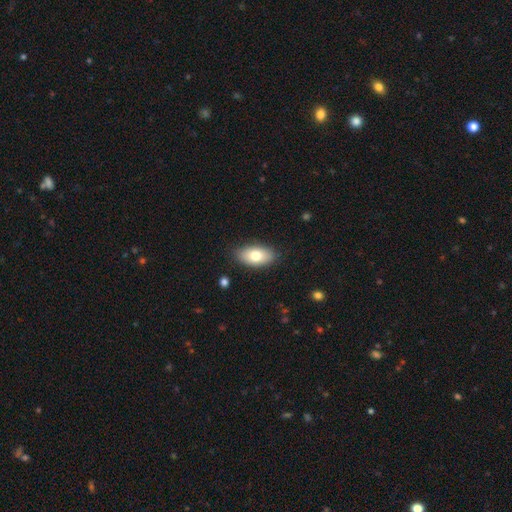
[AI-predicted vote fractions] Smooth or featured? Predicted: smooth (p=0.75). How rounded? Predicted: in between (p=0.92). Merging? Predicted: none (p=0.86).